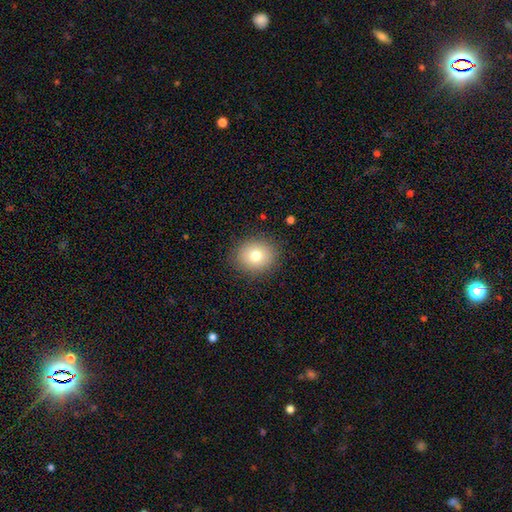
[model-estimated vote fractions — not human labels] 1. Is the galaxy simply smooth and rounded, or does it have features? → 76% smooth, 12% featured or disk, 12% star or artifact.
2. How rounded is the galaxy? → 76% round, 23% in between, 1% cigar-shaped.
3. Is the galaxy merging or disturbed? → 88% none, 8% minor disturbance, 3% major disturbance, 1% merger.